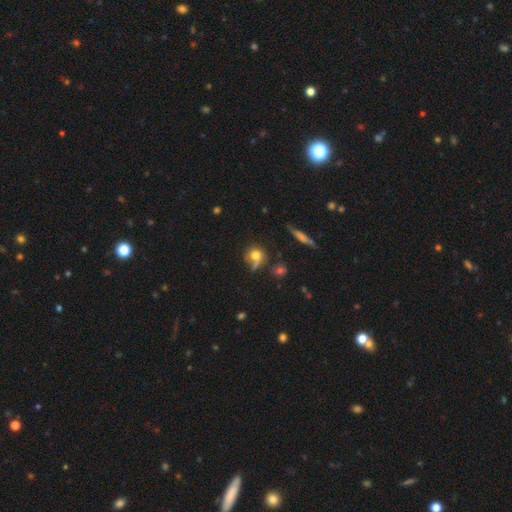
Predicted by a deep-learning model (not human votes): The model was most divided on "merging": none: 48%, minor disturbance: 22%, major disturbance: 17%, merger: 12%. More confident: how rounded — round (77%); smooth or featured — smooth (71%).